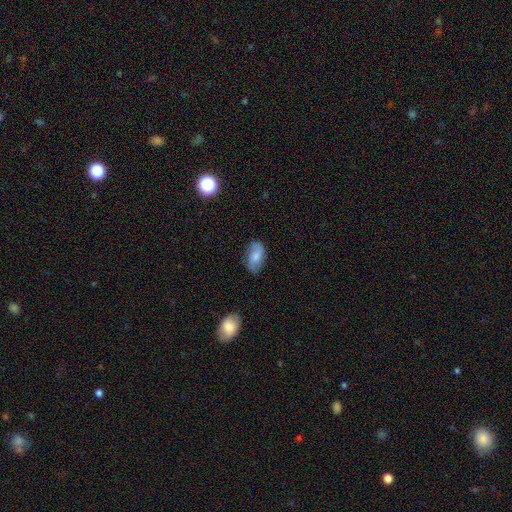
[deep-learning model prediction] A smooth galaxy with no disk features (59%) that is in between round and cigar-shaped (91%).

Vote fractions:
- Smooth or featured? smooth: 59% / featured or disk: 33% / star or artifact: 8%
- How rounded? in between: 91% / round: 6% / cigar-shaped: 3%
- Merging? none: 72% / minor disturbance: 21% / major disturbance: 5% / merger: 2%